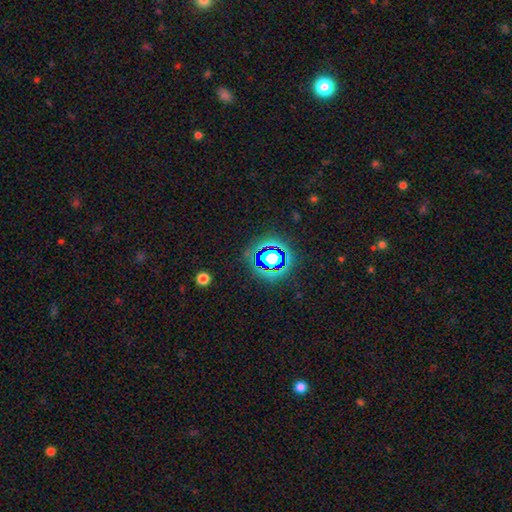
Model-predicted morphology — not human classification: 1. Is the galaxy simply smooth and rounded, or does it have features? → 78% star or artifact, 14% smooth, 8% featured or disk.